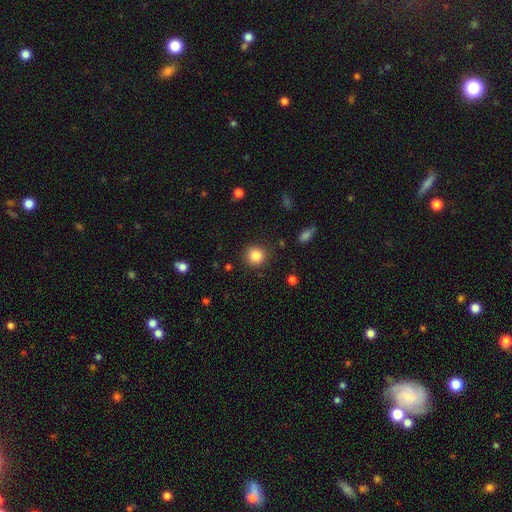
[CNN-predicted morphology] type=smooth (85%); roundness=round (92%); merging=none (89%).